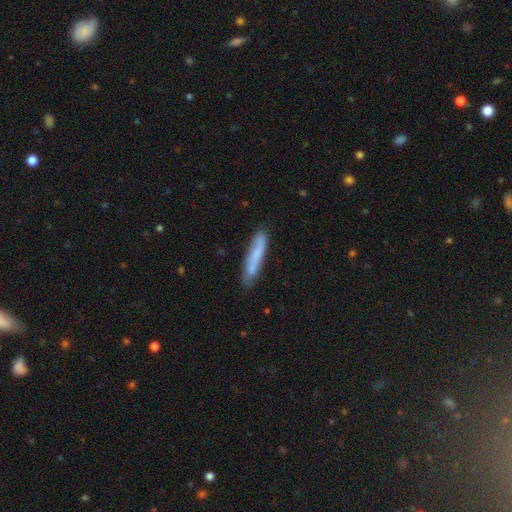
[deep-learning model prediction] Smooth or featured?
  - smooth: 65% *
  - featured or disk: 29%
  - star or artifact: 7%
How rounded?
  - cigar-shaped: 90% *
  - in between: 8%
  - round: 1%
Merging?
  - none: 78% *
  - minor disturbance: 17%
  - major disturbance: 3%
  - merger: 3%